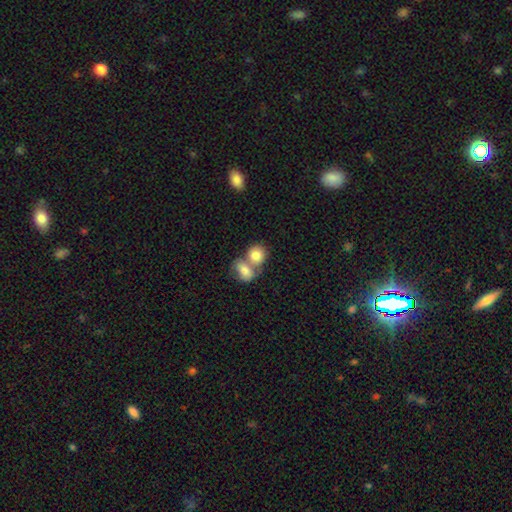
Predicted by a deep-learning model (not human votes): smooth 81%, featured or disk 12%, star or artifact 7%. Down the decision tree: how rounded — round (63%); merging — merger (63%).